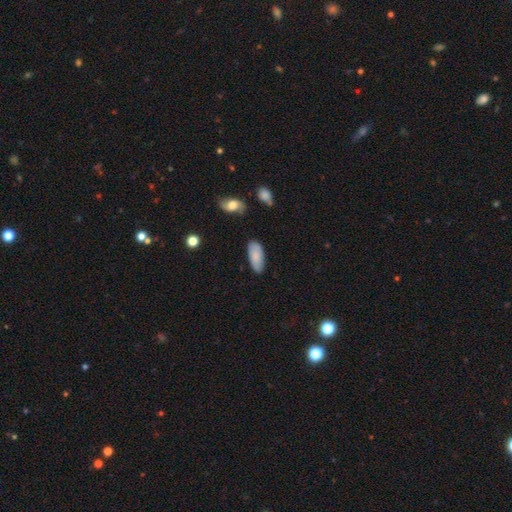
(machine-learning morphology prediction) Smooth or featured? smooth (83%)
How rounded? in between (86%)
Merging? none (80%)